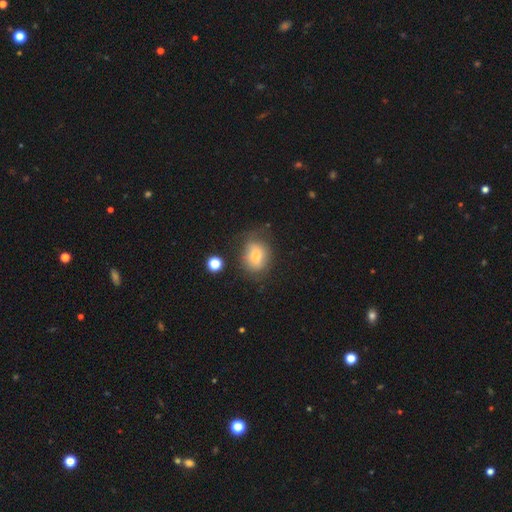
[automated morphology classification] The model was most divided on "how rounded": round: 53%, in between: 46%, cigar-shaped: 1%. More confident: smooth or featured — smooth (76%); merging — none (58%).